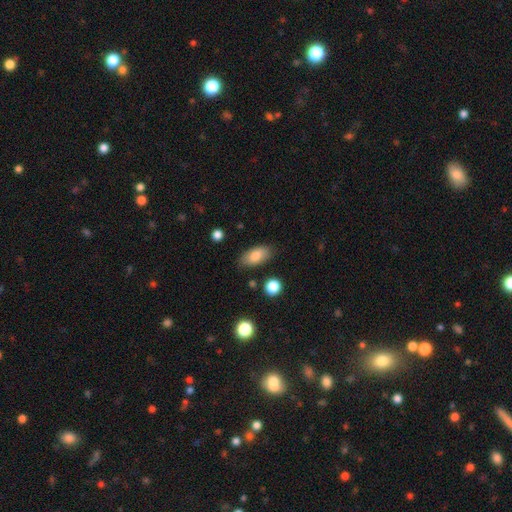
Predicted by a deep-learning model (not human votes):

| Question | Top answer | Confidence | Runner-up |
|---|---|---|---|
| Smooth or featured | smooth | 81% | featured or disk (12%) |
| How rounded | in between | 91% | cigar-shaped (6%) |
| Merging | none | 82% | minor disturbance (13%) |